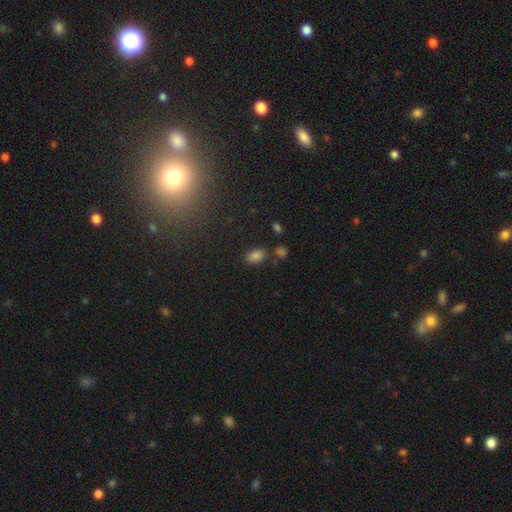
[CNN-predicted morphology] Overall: smooth (82%). How rounded: in between (87%). Merging: none (76%).